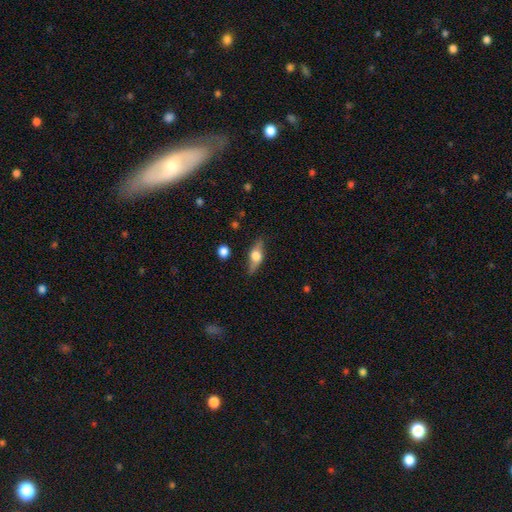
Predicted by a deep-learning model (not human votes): Smooth or featured?
  - featured or disk: 54% *
  - smooth: 39%
  - star or artifact: 7%
Edge-on disk?
  - yes: 89% *
  - no: 11%
Merging?
  - none: 82% *
  - minor disturbance: 13%
  - major disturbance: 3%
  - merger: 2%